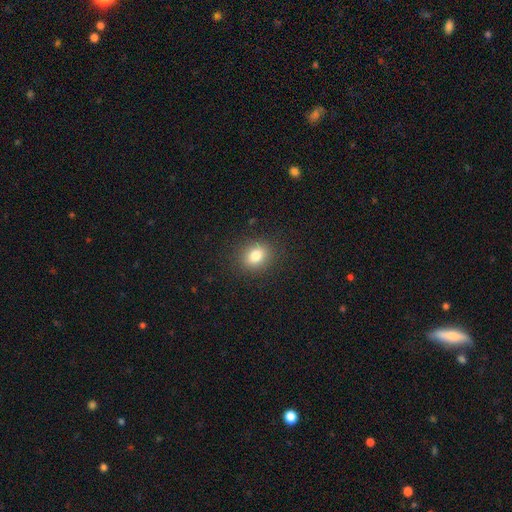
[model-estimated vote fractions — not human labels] smooth-or-featured: smooth: 81% | star or artifact: 11% | featured or disk: 8%
  how-rounded: round: 53% | in between: 46% | cigar-shaped: 1%
  merging: none: 88% | minor disturbance: 8% | major disturbance: 3% | merger: 1%